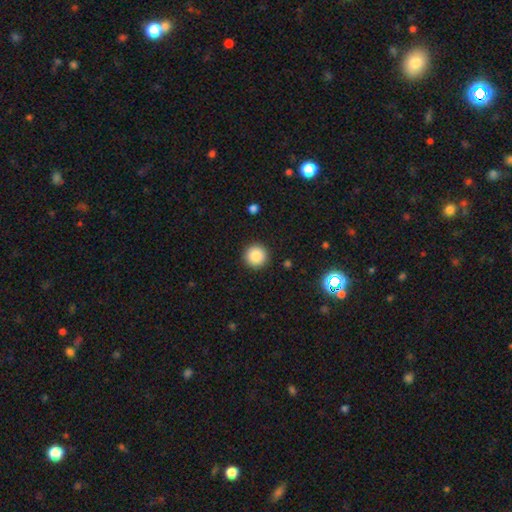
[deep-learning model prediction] Smooth or featured?
  - smooth: 87% *
  - star or artifact: 9%
  - featured or disk: 3%
How rounded?
  - round: 96% *
  - in between: 3%
  - cigar-shaped: 1%
Merging?
  - none: 92% *
  - minor disturbance: 5%
  - major disturbance: 2%
  - merger: 1%